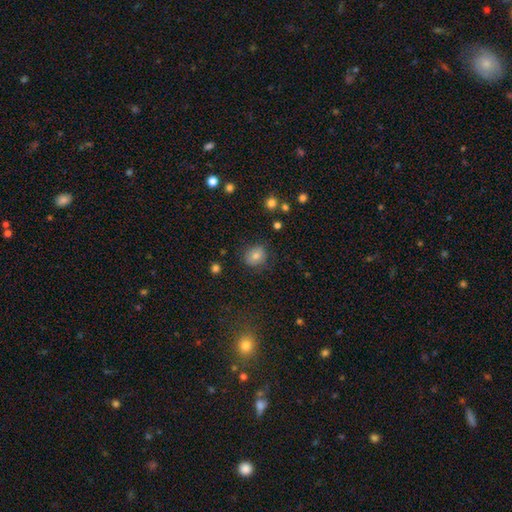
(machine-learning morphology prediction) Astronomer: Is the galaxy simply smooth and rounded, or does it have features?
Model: smooth — 75%.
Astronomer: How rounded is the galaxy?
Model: round — 70%.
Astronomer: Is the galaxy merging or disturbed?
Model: none — 80%.